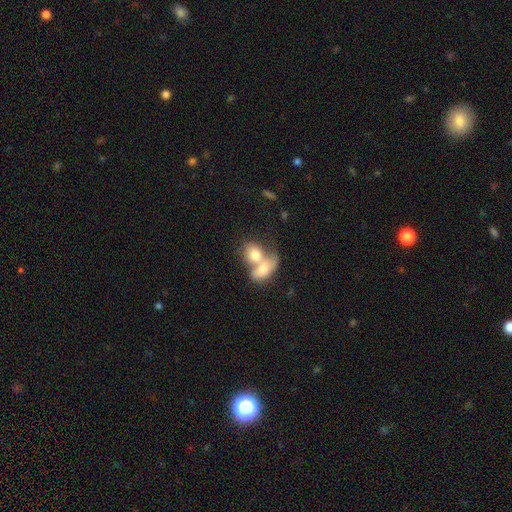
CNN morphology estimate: smooth 71%, featured or disk 23%, star or artifact 7%. Down the decision tree: how rounded — in between (68%); merging — merger (79%).